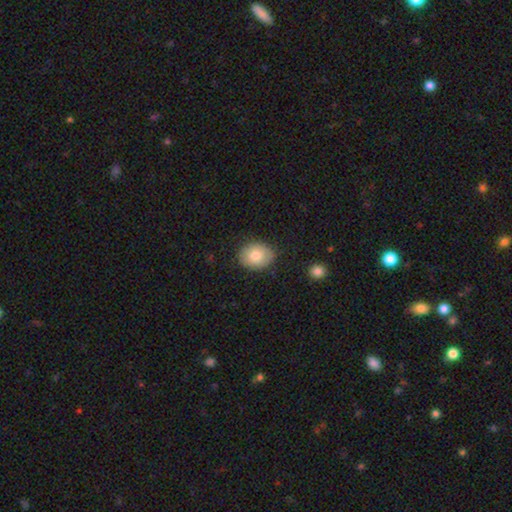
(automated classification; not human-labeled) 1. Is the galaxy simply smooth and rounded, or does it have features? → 79% smooth, 14% featured or disk, 7% star or artifact.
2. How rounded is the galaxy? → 58% in between, 41% round, 1% cigar-shaped.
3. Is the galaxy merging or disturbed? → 84% none, 12% minor disturbance, 3% major disturbance, 1% merger.